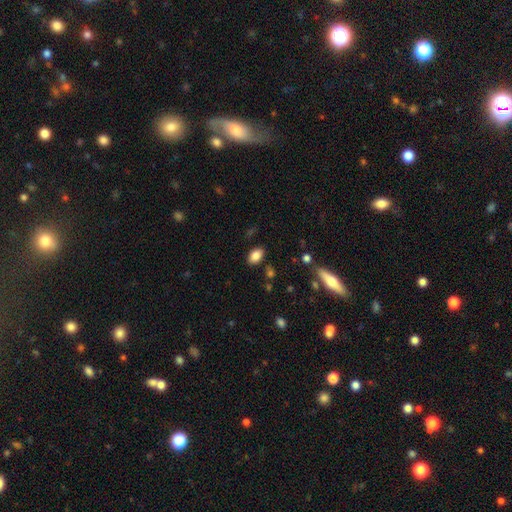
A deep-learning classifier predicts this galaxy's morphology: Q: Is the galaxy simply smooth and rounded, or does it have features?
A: smooth — 85%.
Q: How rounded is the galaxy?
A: in between — 89%.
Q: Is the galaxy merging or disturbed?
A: none — 84%.